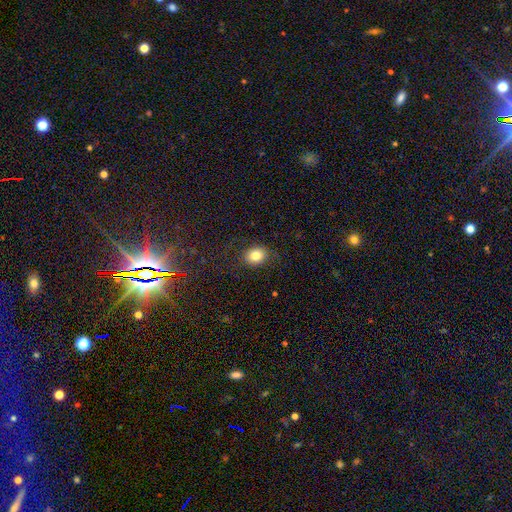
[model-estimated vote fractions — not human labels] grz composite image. It shows a smooth galaxy with no disk features (81%) that is round (52%). Merging: none (84%).